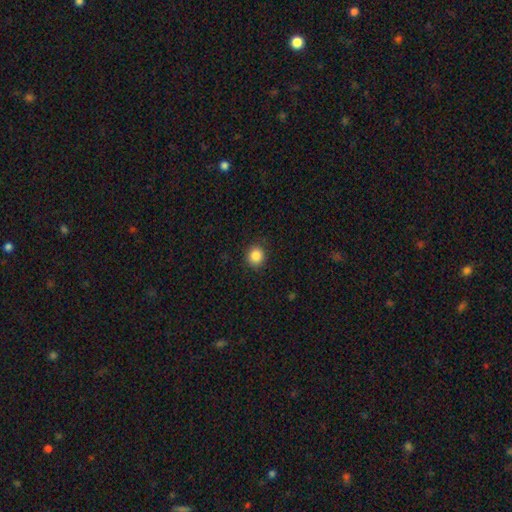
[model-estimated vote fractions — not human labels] Smooth or featured? Predicted: smooth (p=0.87). How rounded? Predicted: round (p=0.87). Merging? Predicted: none (p=0.90).